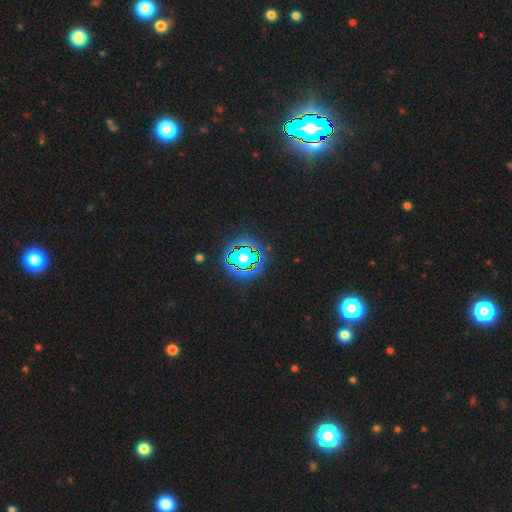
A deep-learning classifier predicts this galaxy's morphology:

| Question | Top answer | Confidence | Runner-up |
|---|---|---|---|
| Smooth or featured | star or artifact | 82% | smooth (11%) |